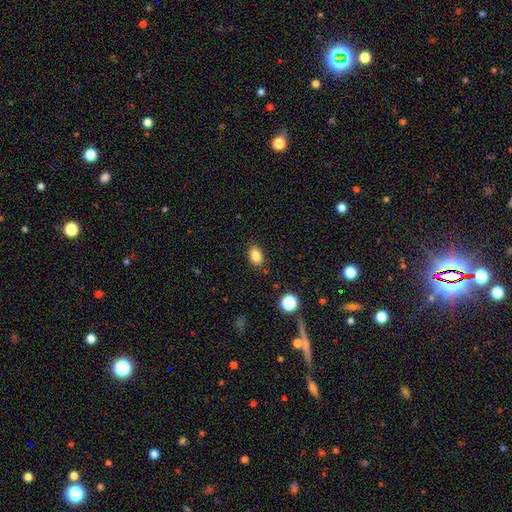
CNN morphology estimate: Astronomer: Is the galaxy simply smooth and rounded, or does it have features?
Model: smooth — 84%.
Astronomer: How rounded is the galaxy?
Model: in between — 83%.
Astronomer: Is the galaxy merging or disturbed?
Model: none — 85%.